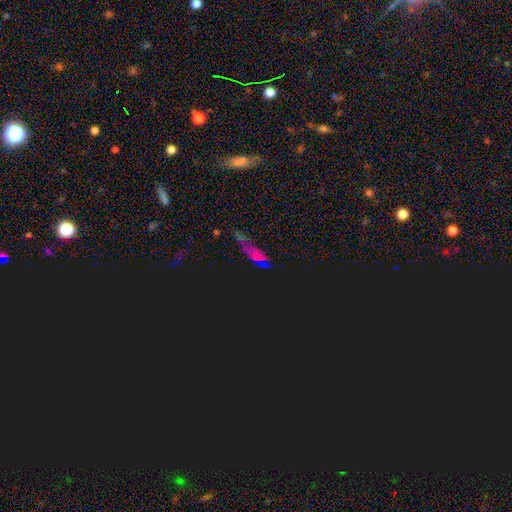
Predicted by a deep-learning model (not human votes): Morphology: type=star or artifact (66%).